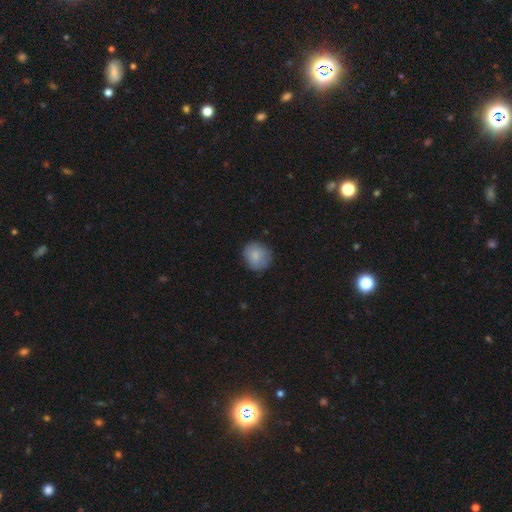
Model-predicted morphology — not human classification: Smooth or featured? smooth (82%)
How rounded? round (80%)
Merging? none (80%)